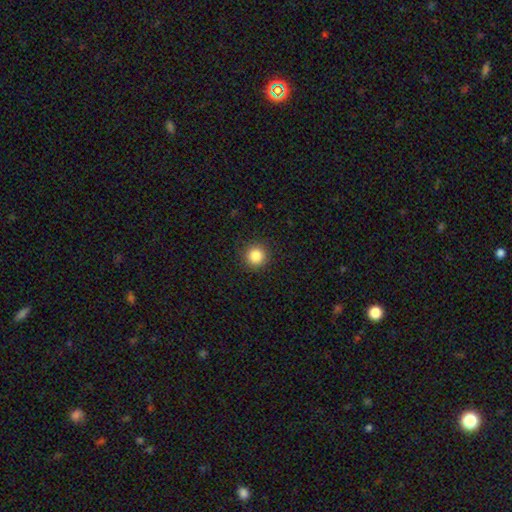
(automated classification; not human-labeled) Q: Smooth or featured?
A: smooth (85%); runner-up: star or artifact (11%)
Q: How rounded?
A: round (95%); runner-up: in between (4%)
Q: Merging?
A: none (91%); runner-up: minor disturbance (6%)